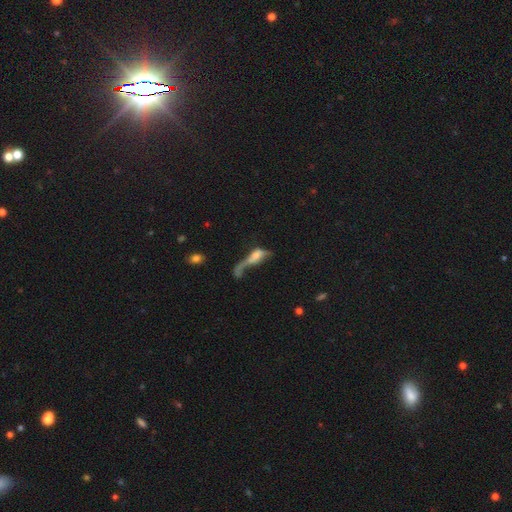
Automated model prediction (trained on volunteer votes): Overall: smooth (45%; featured or disk 44%). Merging: major disturbance (49%; merger 25%).